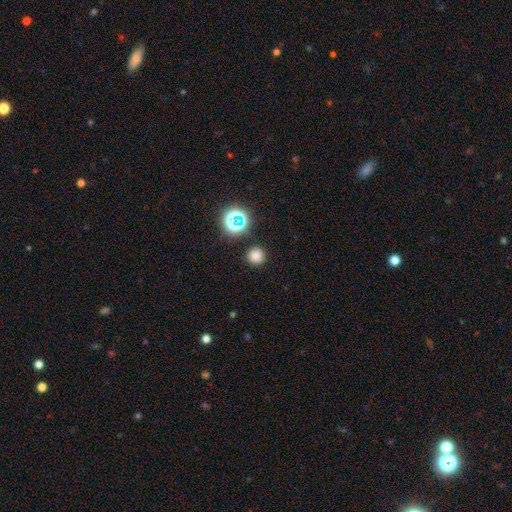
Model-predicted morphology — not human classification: Smooth or featured: smooth — 74% (star or artifact — 20%)
How rounded: round — 94% (in between — 5%)
Merging: none — 88% (minor disturbance — 7%)